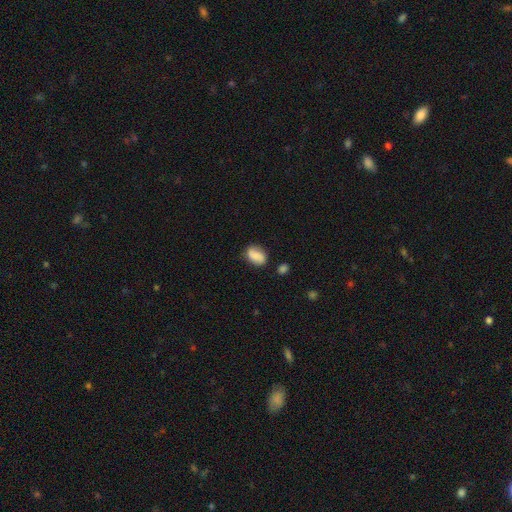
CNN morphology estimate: Q: Smooth or featured?
A: smooth (76%); runner-up: featured or disk (15%)
Q: How rounded?
A: in between (83%); runner-up: round (15%)
Q: Merging?
A: none (69%); runner-up: minor disturbance (21%)